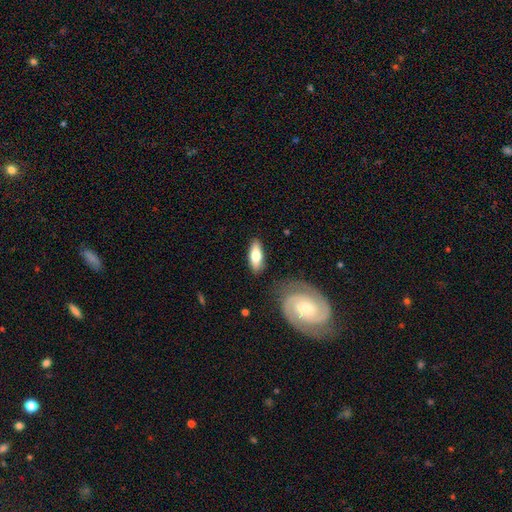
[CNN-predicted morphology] This appears to be a smooth galaxy with no disk features (65%) that is in between round and cigar-shaped (69%). Merging: none (81%).